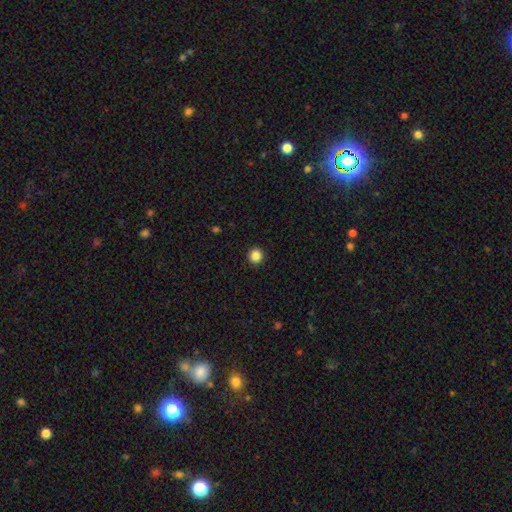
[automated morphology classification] A smooth galaxy with no disk features (86%) that is round (95%).

Vote fractions:
- Smooth or featured? smooth: 86% / star or artifact: 11% / featured or disk: 3%
- How rounded? round: 95% / in between: 4% / cigar-shaped: 1%
- Merging? none: 94% / minor disturbance: 4% / major disturbance: 1% / merger: 1%